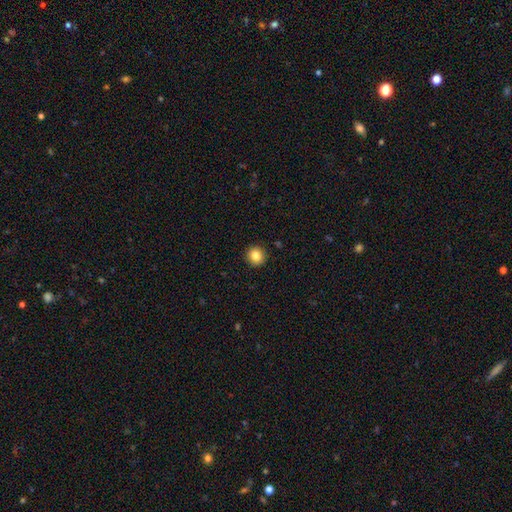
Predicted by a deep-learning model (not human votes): A smooth galaxy with no disk features (84%) that is round (93%).

Vote fractions:
- Smooth or featured? smooth: 84% / star or artifact: 10% / featured or disk: 6%
- How rounded? round: 93% / in between: 6% / cigar-shaped: 1%
- Merging? none: 93% / minor disturbance: 5% / major disturbance: 2% / merger: 1%